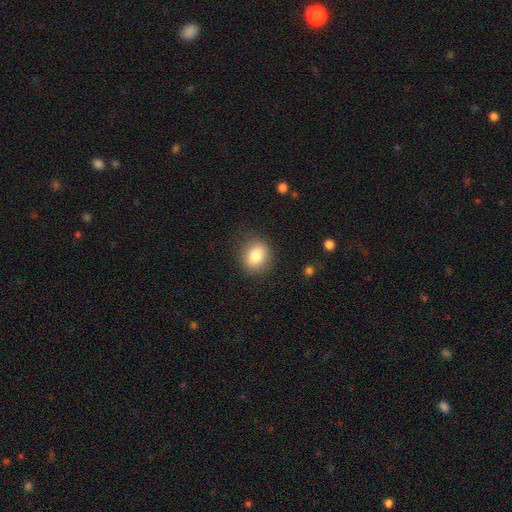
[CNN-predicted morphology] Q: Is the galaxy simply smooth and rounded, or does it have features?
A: smooth — 83%.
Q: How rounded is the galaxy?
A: round — 65%.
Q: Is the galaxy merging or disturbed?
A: none — 85%.